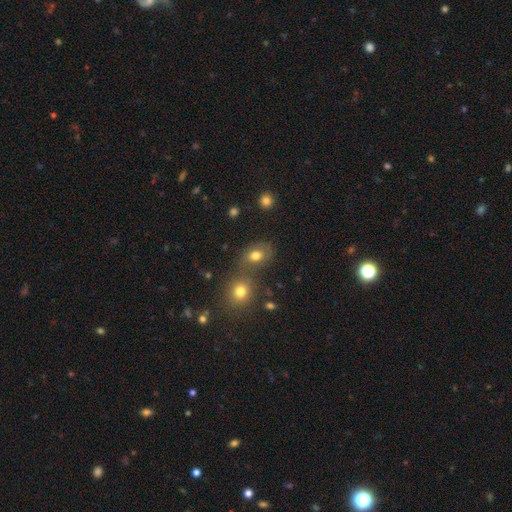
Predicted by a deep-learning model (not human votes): Overall: smooth (70%). How rounded: in between (63%; round 36%). Merging: none (52%; merger 27%).